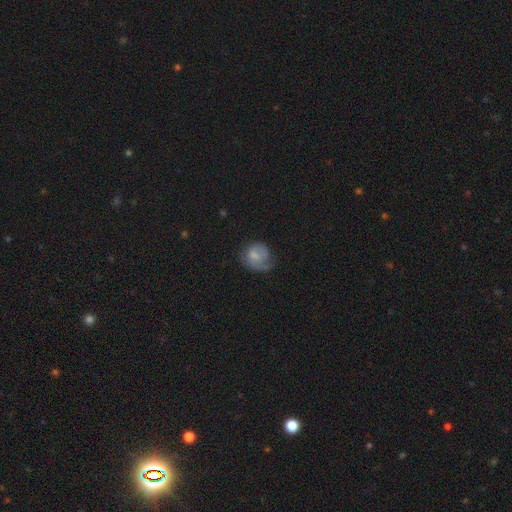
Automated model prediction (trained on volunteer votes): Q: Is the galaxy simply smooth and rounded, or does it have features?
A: smooth — 58%.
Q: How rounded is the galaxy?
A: round — 72%.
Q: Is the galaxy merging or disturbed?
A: none — 43%.